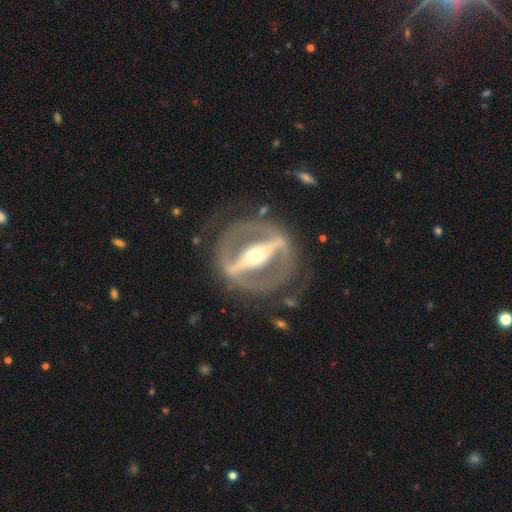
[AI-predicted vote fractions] A featured or disk galaxy (85%) with a strong bar (86%), no spiral arms (63%) and a moderate central bulge (56%). Merging: none (74%).